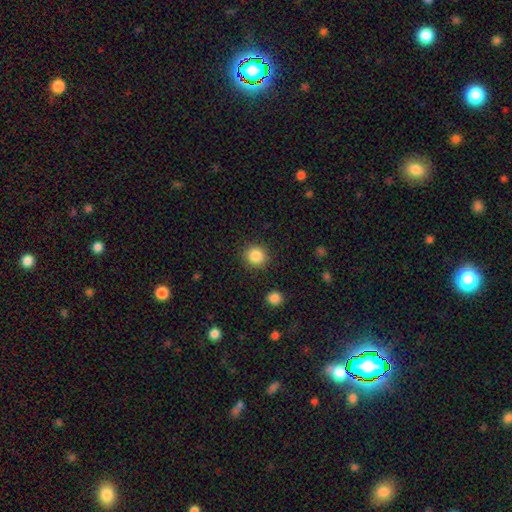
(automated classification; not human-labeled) Smooth or featured: smooth — 86% (star or artifact — 10%)
How rounded: round — 92% (in between — 7%)
Merging: none — 89% (minor disturbance — 6%)